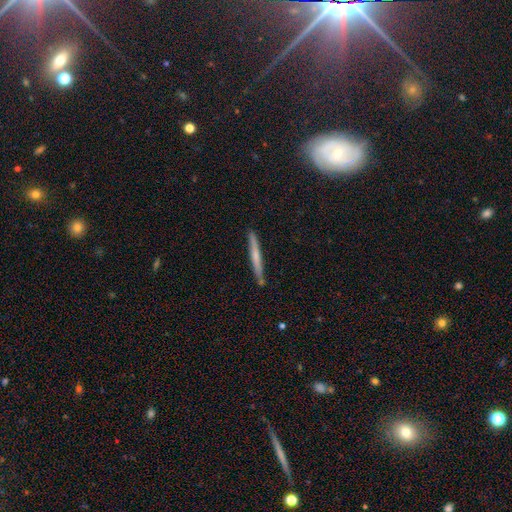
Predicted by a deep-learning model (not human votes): The model was most divided on "smooth or featured": smooth: 53%, featured or disk: 41%, star or artifact: 6%. More confident: how rounded — cigar-shaped (96%); merging — none (85%).